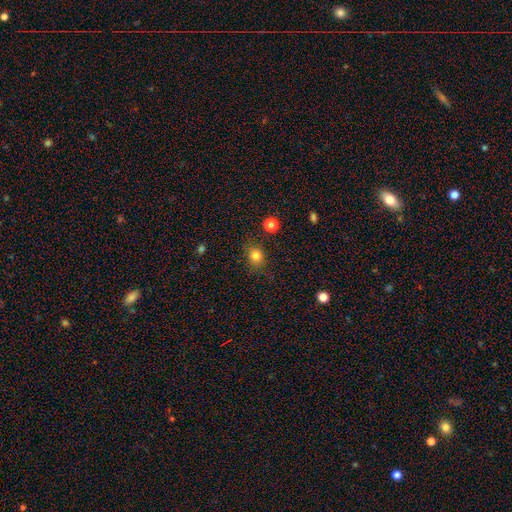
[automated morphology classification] smooth 80%, star or artifact 14%, featured or disk 6%. Down the decision tree: how rounded — round (74%); merging — none (82%).